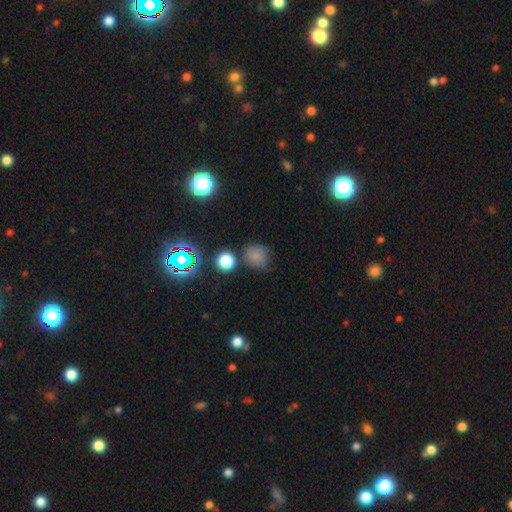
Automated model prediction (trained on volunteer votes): Morphology: type=smooth (69%); roundness=round (83%); merging=none (66%).